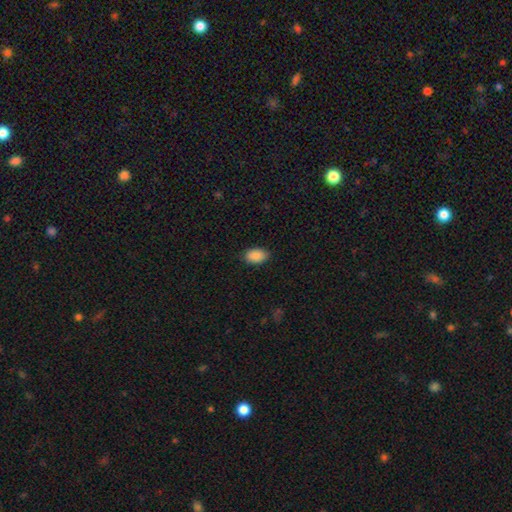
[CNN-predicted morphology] Smooth or featured? Predicted: smooth (p=0.90). How rounded? Predicted: in between (p=0.90). Merging? Predicted: none (p=0.86).